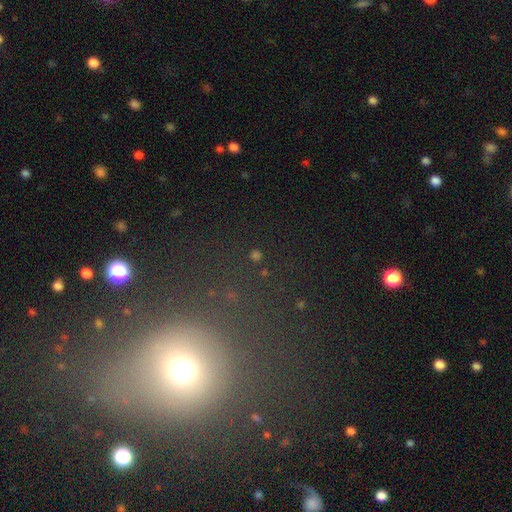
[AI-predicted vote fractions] smooth_or_featured: star or artifact (p=0.57) [alt: smooth p=0.31]